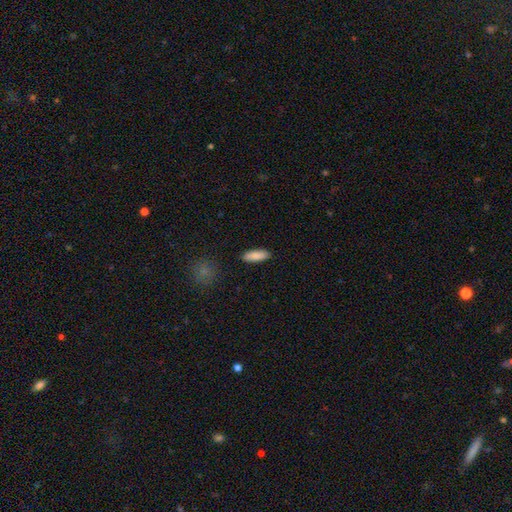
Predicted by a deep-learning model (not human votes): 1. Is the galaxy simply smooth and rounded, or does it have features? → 86% smooth, 8% featured or disk, 6% star or artifact.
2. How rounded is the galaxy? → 62% in between, 37% cigar-shaped, 2% round.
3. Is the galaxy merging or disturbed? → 89% none, 7% minor disturbance, 2% major disturbance, 1% merger.